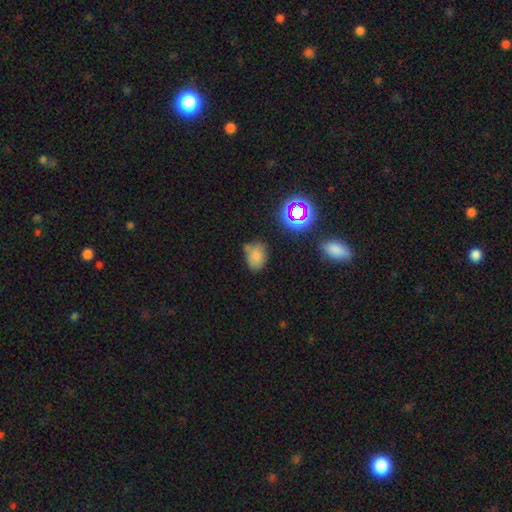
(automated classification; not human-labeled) Smooth or featured? Predicted: smooth (p=0.71). How rounded? Predicted: in between (p=0.65). Merging? Predicted: none (p=0.53).